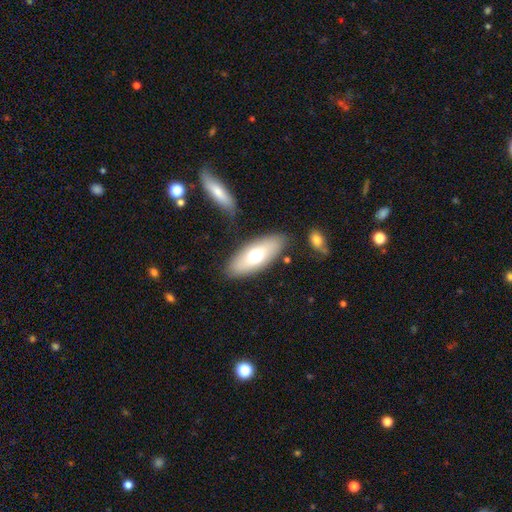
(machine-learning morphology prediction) smooth_or_featured: smooth (p=0.66) [alt: featured or disk p=0.28]
how_rounded: in between (p=0.79) [alt: cigar-shaped p=0.18]
merging: none (p=0.81) [alt: minor disturbance p=0.11]